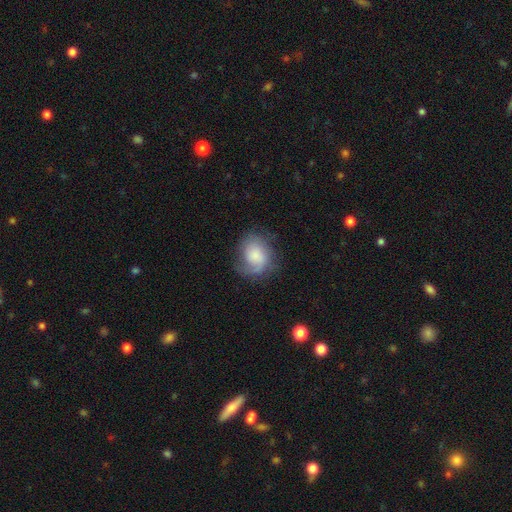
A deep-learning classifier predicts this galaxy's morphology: Smooth or featured: smooth — 49% (featured or disk — 42%)
Merging: none — 56% (minor disturbance — 24%)